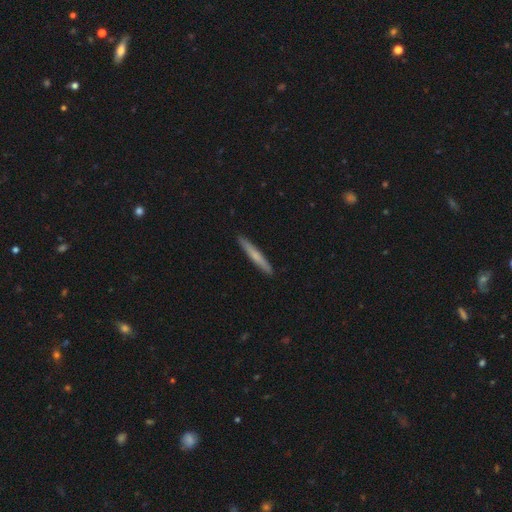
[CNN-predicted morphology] smooth_or_featured: smooth (p=0.60) [alt: featured or disk p=0.34]
how_rounded: cigar-shaped (p=0.96) [alt: in between p=0.03]
merging: none (p=0.92) [alt: minor disturbance p=0.06]